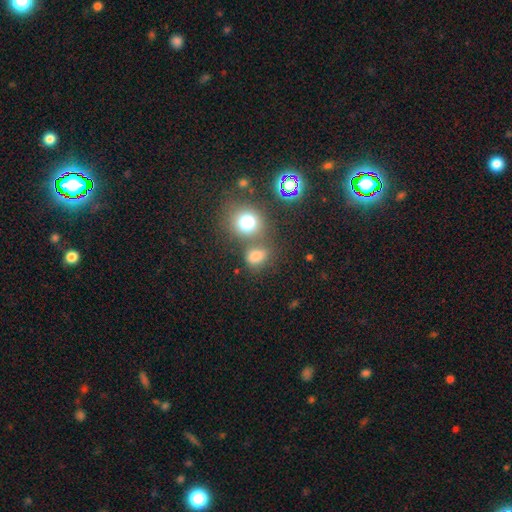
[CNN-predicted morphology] smooth-or-featured: smooth: 68% | star or artifact: 24% | featured or disk: 8%
  how-rounded: round: 50% | in between: 48% | cigar-shaped: 2%
  merging: none: 54% | merger: 29% | minor disturbance: 11% | major disturbance: 6%